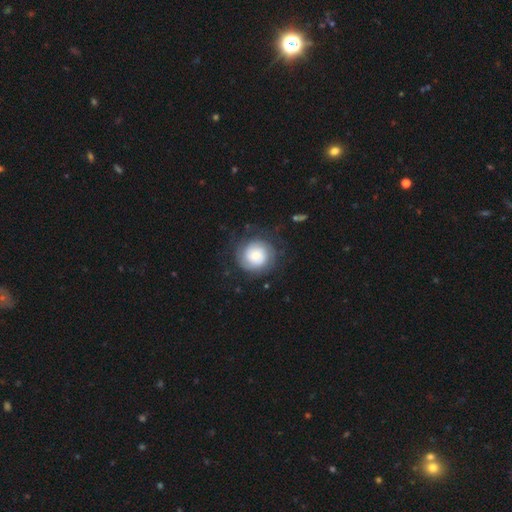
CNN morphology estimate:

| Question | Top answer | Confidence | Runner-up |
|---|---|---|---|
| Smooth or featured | featured or disk | 54% | smooth (39%) |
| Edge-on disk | no | 98% | yes (2%) |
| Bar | no | 77% | weak (19%) |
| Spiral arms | yes | 86% | no (14%) |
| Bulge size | small | 43% | moderate (33%) |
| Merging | none | 74% | minor disturbance (14%) |